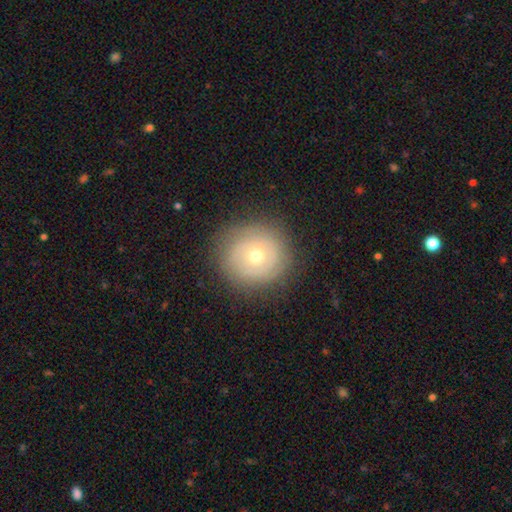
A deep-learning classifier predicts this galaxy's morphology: This is possibly a smooth galaxy (47%). Merging: clearly none (81%).